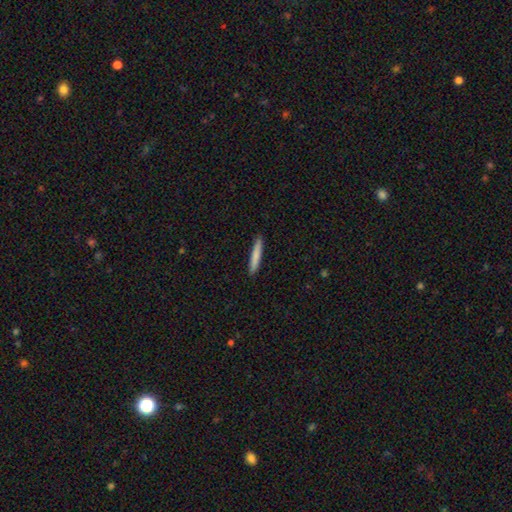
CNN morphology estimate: This appears to be a smooth galaxy with no disk features (79%) that is cigar-shaped (95%). Merging: none (92%).